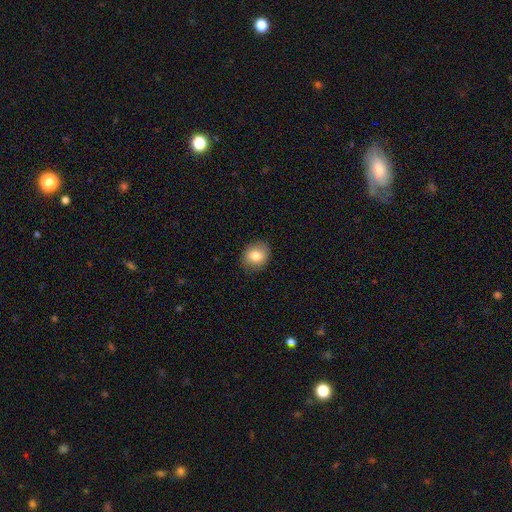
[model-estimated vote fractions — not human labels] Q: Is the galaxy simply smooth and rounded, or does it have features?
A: smooth — 80%.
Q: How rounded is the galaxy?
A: round — 64%.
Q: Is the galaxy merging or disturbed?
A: none — 87%.